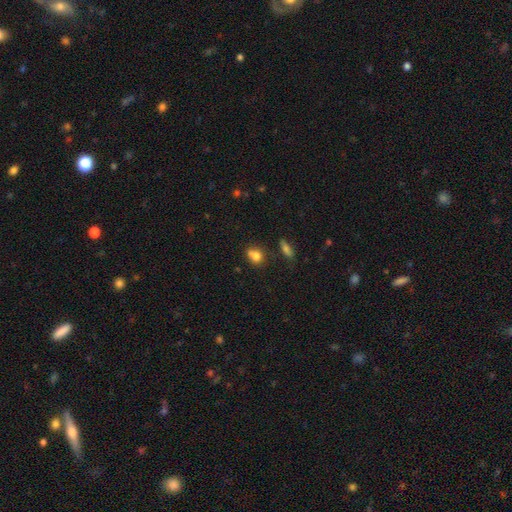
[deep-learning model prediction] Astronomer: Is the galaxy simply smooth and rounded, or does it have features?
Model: smooth — 77%.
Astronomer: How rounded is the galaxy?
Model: round — 61% (runner-up: in between, 37%).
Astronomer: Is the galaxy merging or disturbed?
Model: none — 45% (runner-up: merger, 32%).